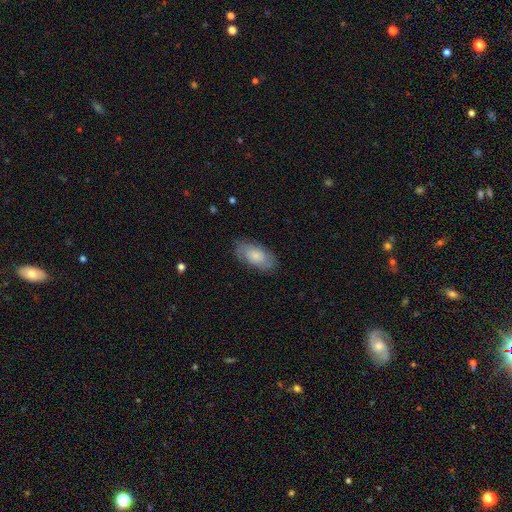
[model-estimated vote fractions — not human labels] This is possibly a smooth galaxy (59%). How rounded: clearly in between (92%). Merging: likely none (79%).